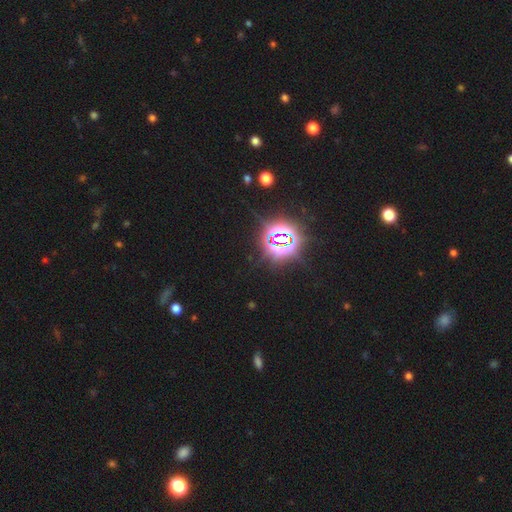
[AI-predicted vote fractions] Q: Smooth or featured?
A: star or artifact (83%); runner-up: smooth (11%)